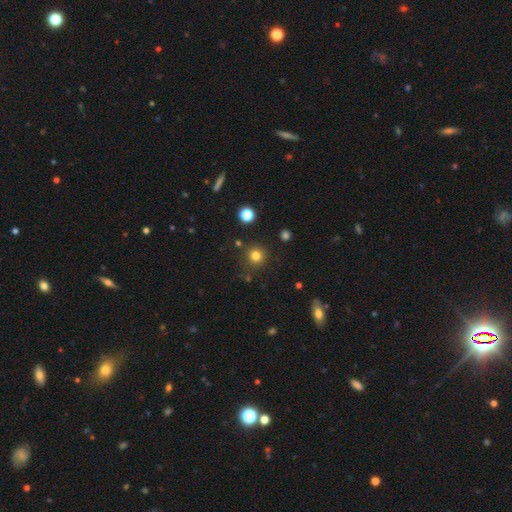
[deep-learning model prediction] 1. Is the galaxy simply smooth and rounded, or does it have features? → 80% smooth, 15% star or artifact, 6% featured or disk.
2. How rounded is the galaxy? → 93% round, 6% in between, 1% cigar-shaped.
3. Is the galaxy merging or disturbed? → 84% none, 9% minor disturbance, 4% merger, 3% major disturbance.